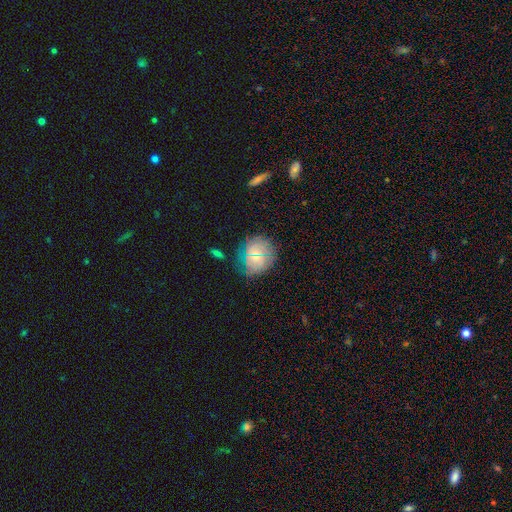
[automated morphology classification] Smooth or featured?
  - smooth: 58% *
  - featured or disk: 26%
  - star or artifact: 16%
How rounded?
  - round: 72% *
  - in between: 26%
  - cigar-shaped: 1%
Merging?
  - none: 75% *
  - minor disturbance: 17%
  - major disturbance: 6%
  - merger: 3%